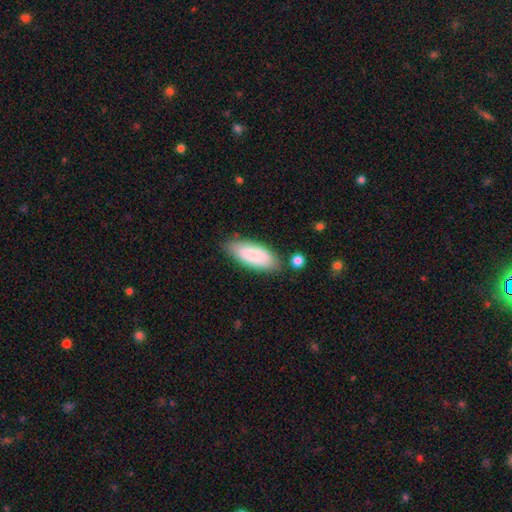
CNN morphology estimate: A smooth galaxy with no disk features (84%) that is in between round and cigar-shaped (79%).

Vote fractions:
- Smooth or featured? smooth: 84% / featured or disk: 10% / star or artifact: 6%
- How rounded? in between: 79% / cigar-shaped: 20% / round: 2%
- Merging? none: 78% / minor disturbance: 15% / merger: 4% / major disturbance: 3%